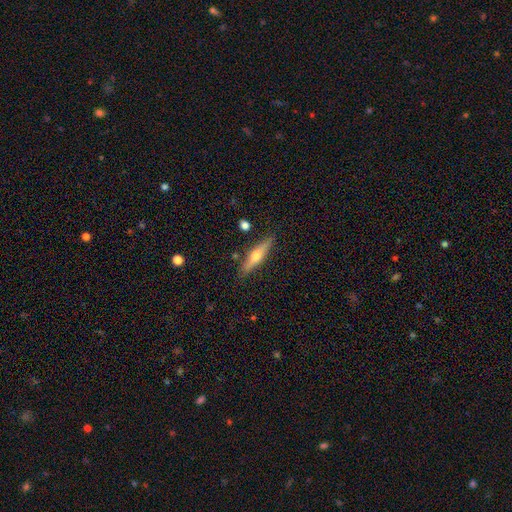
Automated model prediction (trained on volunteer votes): featured or disk 58%, smooth 35%, star or artifact 6%. Down the decision tree: edge-on disk — yes (95%); edge-on bulge — rounded (93%); merging — none (86%).